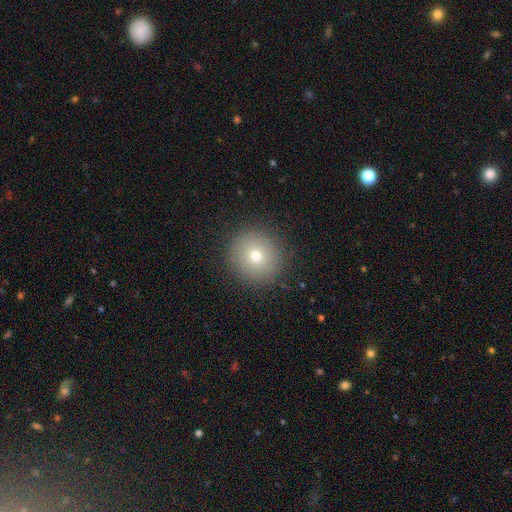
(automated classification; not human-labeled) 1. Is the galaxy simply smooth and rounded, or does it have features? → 72% smooth, 15% star or artifact, 13% featured or disk.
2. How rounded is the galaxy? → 94% round, 5% in between, 1% cigar-shaped.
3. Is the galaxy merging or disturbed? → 90% none, 6% minor disturbance, 3% major disturbance, 1% merger.